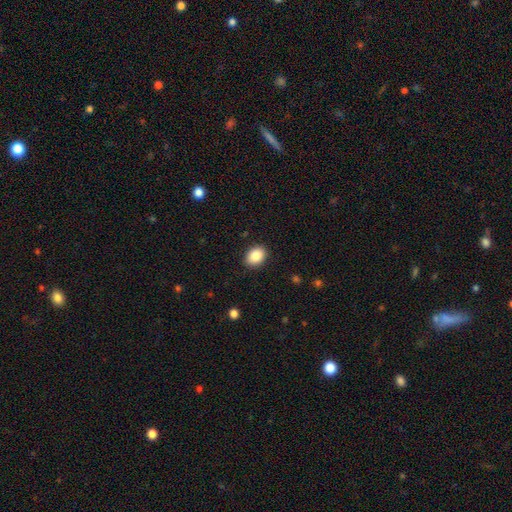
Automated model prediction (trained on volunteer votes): A smooth galaxy with no disk features (88%) that is in between round and cigar-shaped (71%).

Vote fractions:
- Smooth or featured? smooth: 88% / star or artifact: 8% / featured or disk: 4%
- How rounded? in between: 71% / round: 28% / cigar-shaped: 1%
- Merging? none: 87% / minor disturbance: 9% / major disturbance: 2% / merger: 1%